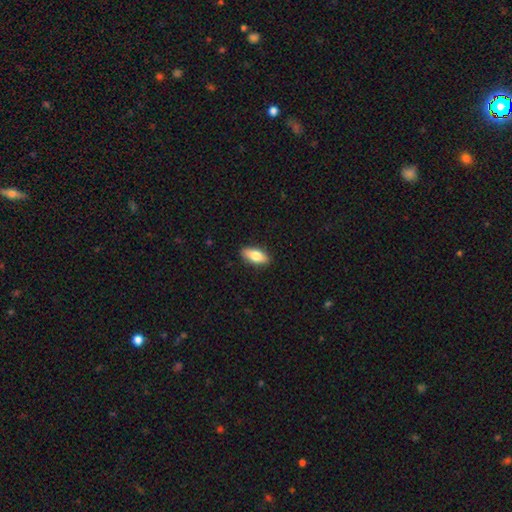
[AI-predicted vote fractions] The model was most divided on "smooth or featured": smooth: 77%, featured or disk: 17%, star or artifact: 6%. More confident: merging — none (89%); how rounded — in between (84%).